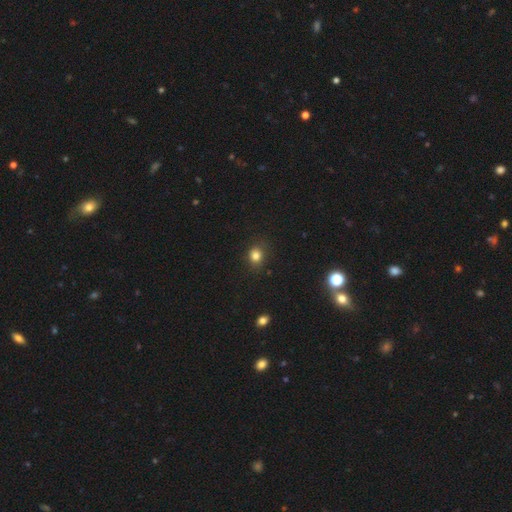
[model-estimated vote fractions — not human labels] smooth_or_featured: smooth (p=0.82) [alt: star or artifact p=0.13]
how_rounded: round (p=0.68) [alt: in between p=0.31]
merging: none (p=0.83) [alt: minor disturbance p=0.12]